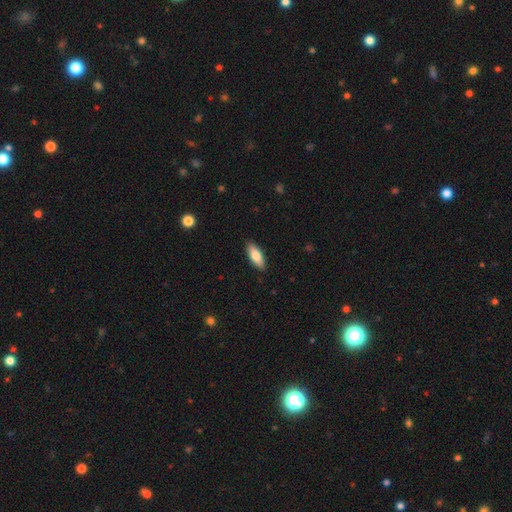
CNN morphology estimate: This is likely a smooth galaxy (77%). How rounded: likely in between (69%). Merging: clearly none (89%).